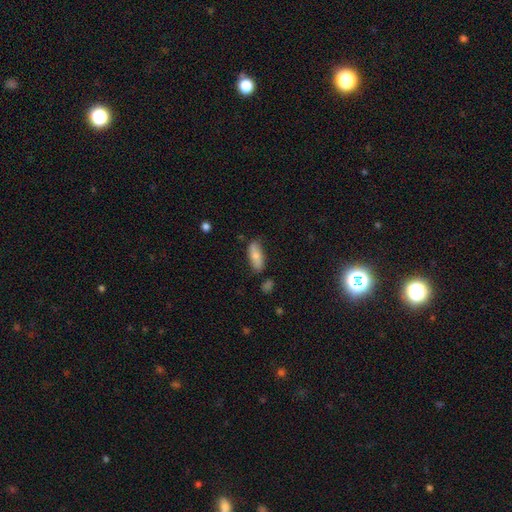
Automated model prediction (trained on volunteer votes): A smooth galaxy with no disk features (77%) that is in between round and cigar-shaped (73%). Merging: none (76%).